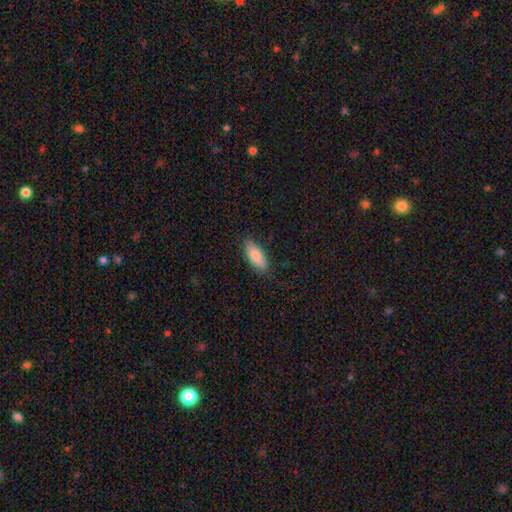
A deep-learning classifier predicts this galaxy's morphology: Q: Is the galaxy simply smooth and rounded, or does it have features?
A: smooth — 84%.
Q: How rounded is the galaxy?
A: in between — 81%.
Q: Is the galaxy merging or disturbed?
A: none — 84%.